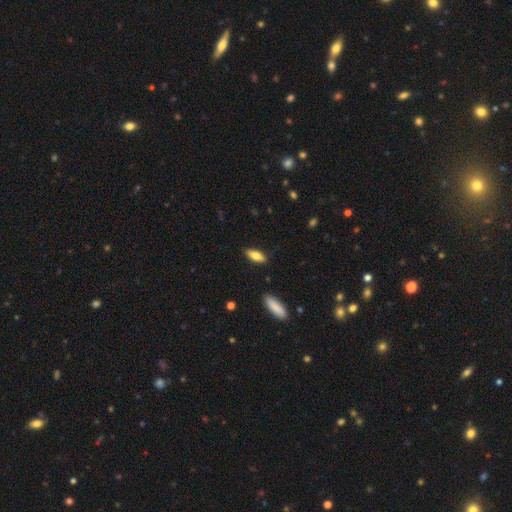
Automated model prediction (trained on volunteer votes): smooth 76%, featured or disk 17%, star or artifact 7%. Down the decision tree: how rounded — in between (69%); merging — none (87%).